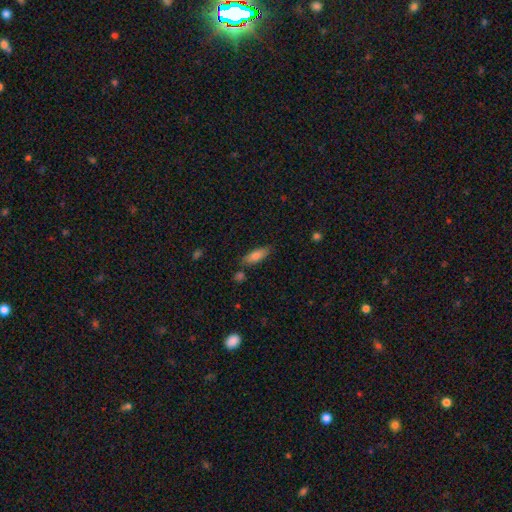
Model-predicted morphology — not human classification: A smooth galaxy with no disk features (78%) that is in between round and cigar-shaped (69%). Merging: none (74%).